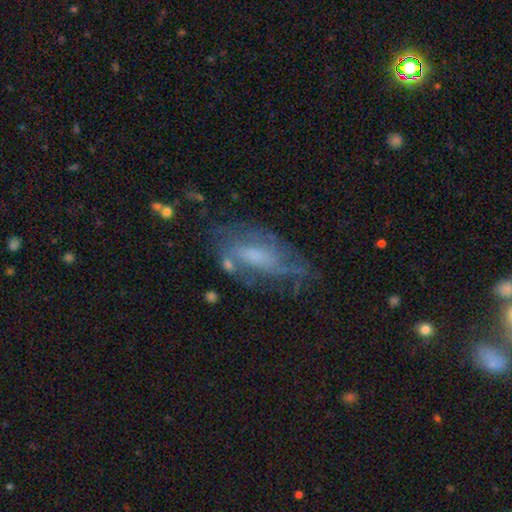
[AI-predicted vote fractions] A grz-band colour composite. It shows a featured or disk galaxy (65%) with no bar (53%), spiral arms (72%) and a moderate central bulge (37%). Merging: none (53%).